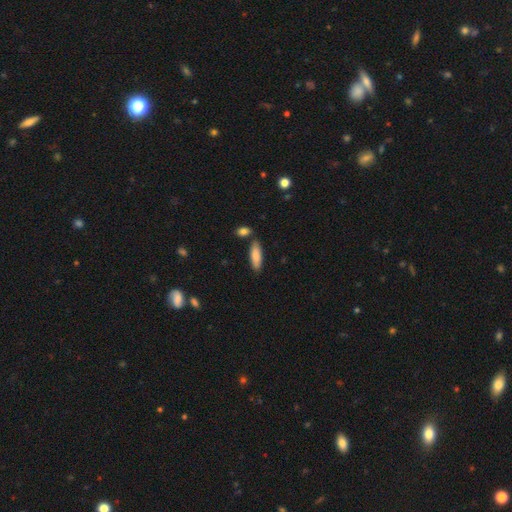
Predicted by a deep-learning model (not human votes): smooth_or_featured: smooth (p=0.86) [alt: featured or disk p=0.08]
how_rounded: in between (p=0.56) [alt: cigar-shaped p=0.42]
merging: none (p=0.79) [alt: minor disturbance p=0.12]